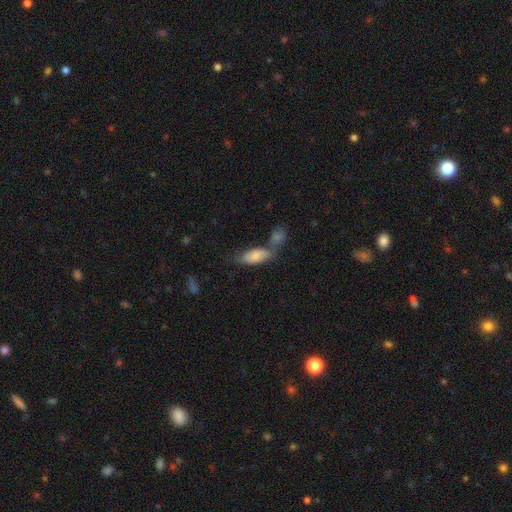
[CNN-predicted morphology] Q: Smooth or featured?
A: smooth (78%); runner-up: featured or disk (16%)
Q: How rounded?
A: in between (83%); runner-up: cigar-shaped (14%)
Q: Merging?
A: merger (43%); runner-up: none (34%)